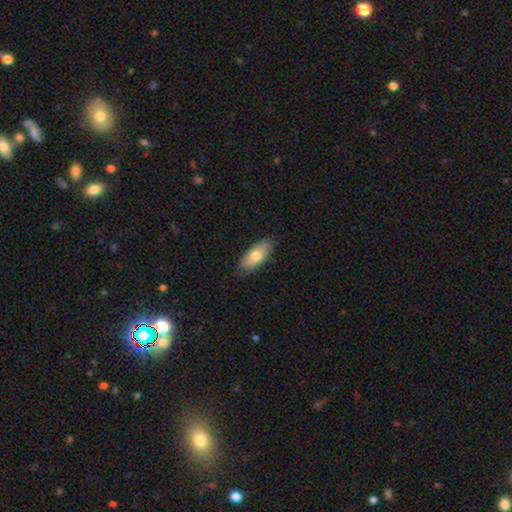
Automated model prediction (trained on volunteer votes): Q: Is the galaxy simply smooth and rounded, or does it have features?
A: smooth — 72%.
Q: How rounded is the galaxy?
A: in between — 84%.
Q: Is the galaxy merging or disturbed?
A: none — 84%.